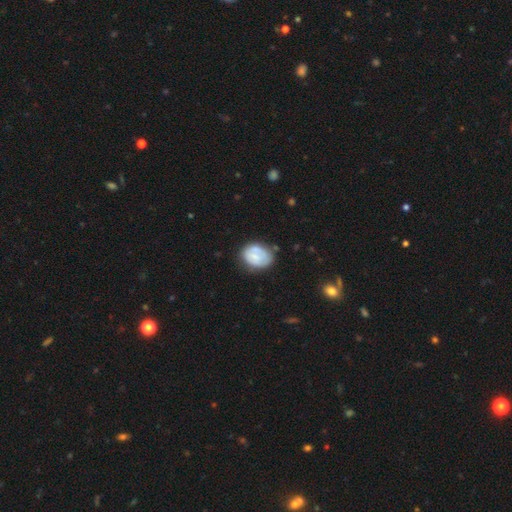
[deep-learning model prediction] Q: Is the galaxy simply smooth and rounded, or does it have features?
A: smooth — 62%.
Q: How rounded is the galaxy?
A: in between — 64%.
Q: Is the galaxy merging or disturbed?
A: none — 62%.